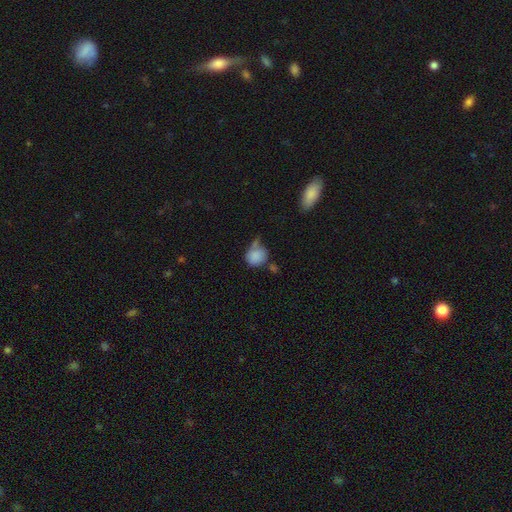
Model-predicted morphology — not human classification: Smooth or featured? Predicted: smooth (p=0.83). How rounded? Predicted: round (p=0.74). Merging? Predicted: none (p=0.41).